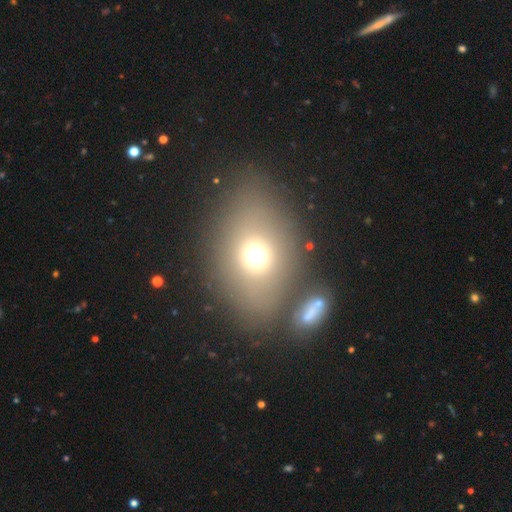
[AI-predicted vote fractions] A smooth galaxy with no disk features (67%) that is in between round and cigar-shaped (58%).

Vote fractions:
- Smooth or featured? smooth: 67% / star or artifact: 17% / featured or disk: 16%
- How rounded? in between: 58% / round: 40% / cigar-shaped: 2%
- Merging? none: 65% / merger: 14% / minor disturbance: 12% / major disturbance: 8%